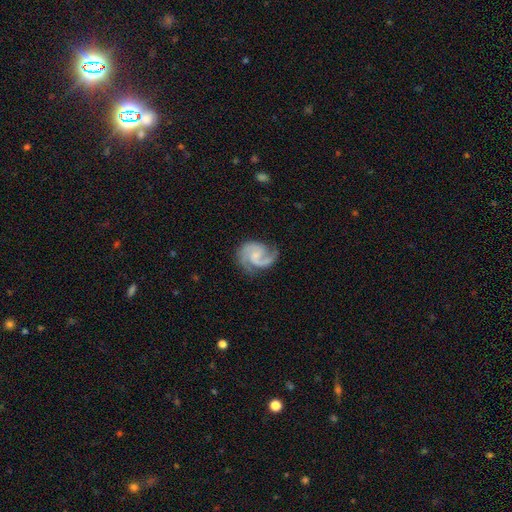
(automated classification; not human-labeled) Smooth or featured? featured or disk (89%)
Edge-on disk? no (98%)
Bar? no (52%)
Spiral arms? yes (98%)
Spiral winding? medium (57%)
Spiral arm count? 2 (82%)
Bulge size? small (55%)
Merging? none (73%)